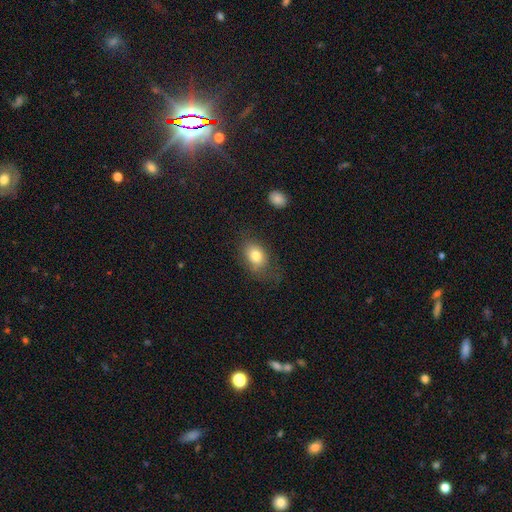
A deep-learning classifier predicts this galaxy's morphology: Smooth or featured?
  - smooth: 79% *
  - featured or disk: 12%
  - star or artifact: 9%
How rounded?
  - in between: 74% *
  - round: 24%
  - cigar-shaped: 1%
Merging?
  - none: 62% *
  - minor disturbance: 23%
  - major disturbance: 13%
  - merger: 2%